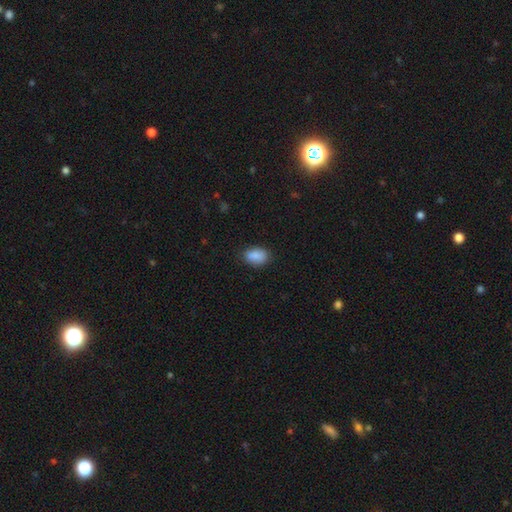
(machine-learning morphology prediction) Overall: smooth (88%). How rounded: in between (85%). Merging: none (82%).